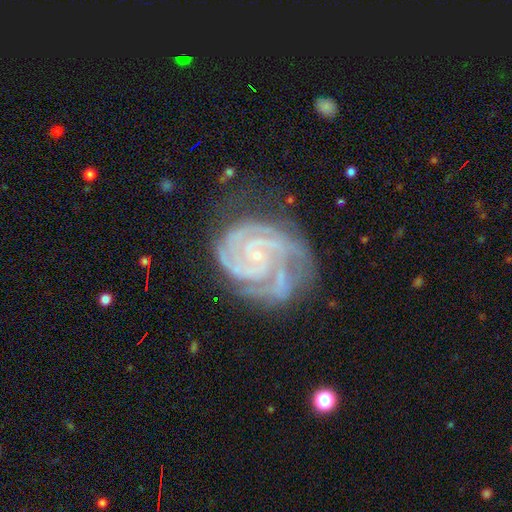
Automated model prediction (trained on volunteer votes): This appears to be a featured or disk galaxy (92%) with no bar (67%), 3 (43%) tight (75%) spiral arms (99%) and a small central bulge (87%). Merging: none (62%).